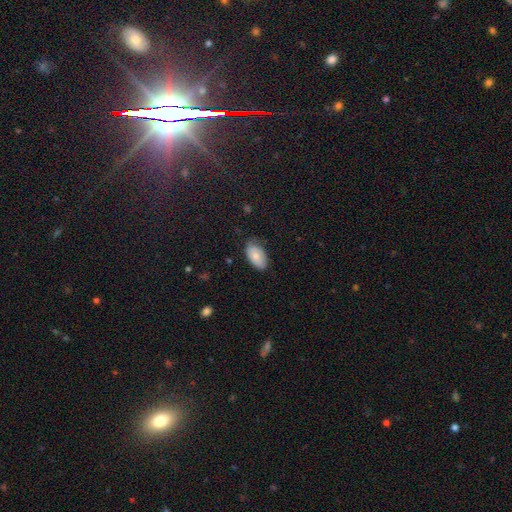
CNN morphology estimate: Q: Smooth or featured?
A: smooth (72%); runner-up: featured or disk (22%)
Q: How rounded?
A: in between (94%); runner-up: round (5%)
Q: Merging?
A: none (64%); runner-up: minor disturbance (29%)